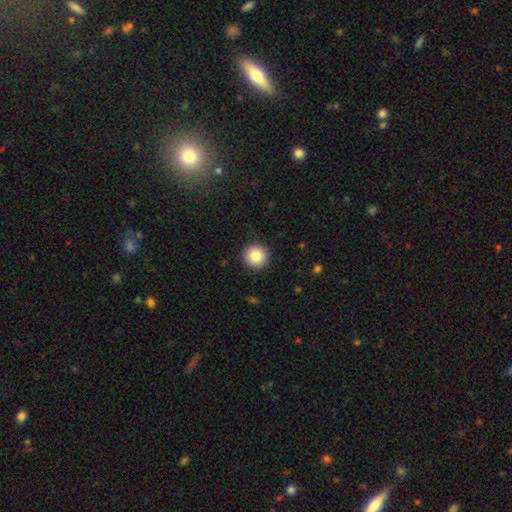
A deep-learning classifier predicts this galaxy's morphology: This is clearly a smooth galaxy (82%). How rounded: clearly round (95%). Merging: clearly none (91%).